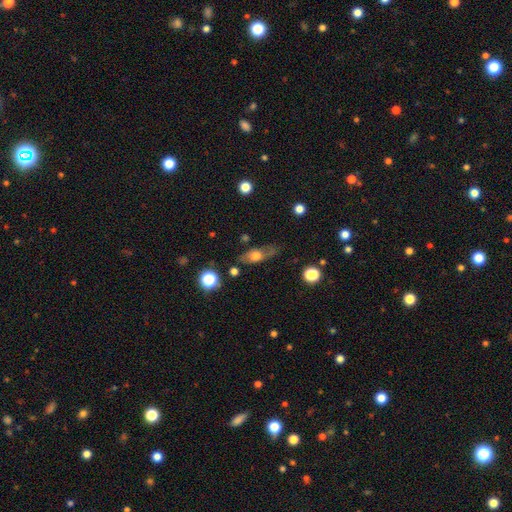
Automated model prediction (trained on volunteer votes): A smooth galaxy with no disk features (54%) that is in between round and cigar-shaped (67%). Merging: none (68%).